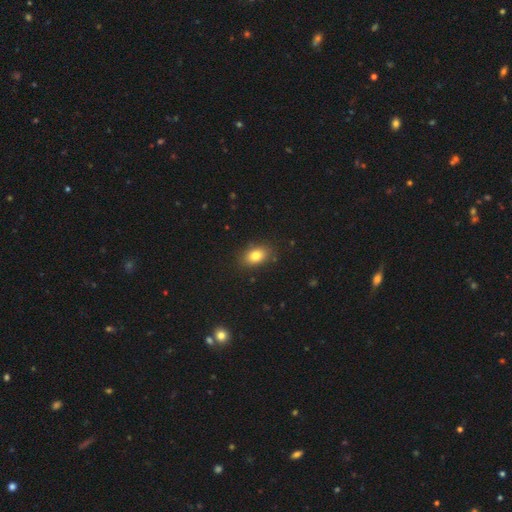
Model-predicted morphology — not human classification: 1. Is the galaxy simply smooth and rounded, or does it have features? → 82% smooth, 10% star or artifact, 9% featured or disk.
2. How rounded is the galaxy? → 83% in between, 16% round, 2% cigar-shaped.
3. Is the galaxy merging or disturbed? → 85% none, 11% minor disturbance, 3% major disturbance, 1% merger.